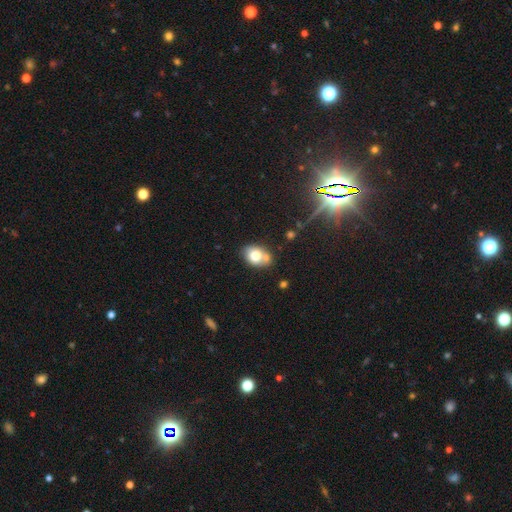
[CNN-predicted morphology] Smooth or featured? smooth (73%)
How rounded? in between (68%)
Merging? none (56%)